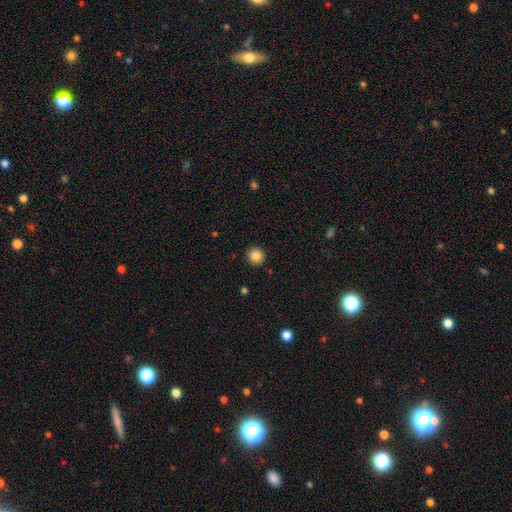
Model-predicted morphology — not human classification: Smooth or featured? Predicted: smooth (p=0.85). How rounded? Predicted: round (p=0.93). Merging? Predicted: none (p=0.92).